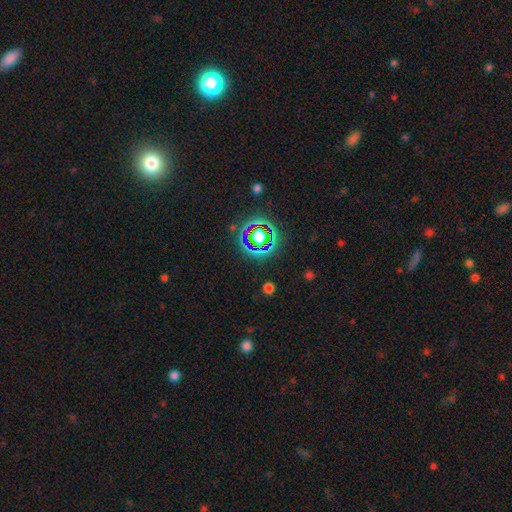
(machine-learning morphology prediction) smooth_or_featured: star or artifact (p=0.67) [alt: smooth p=0.23]